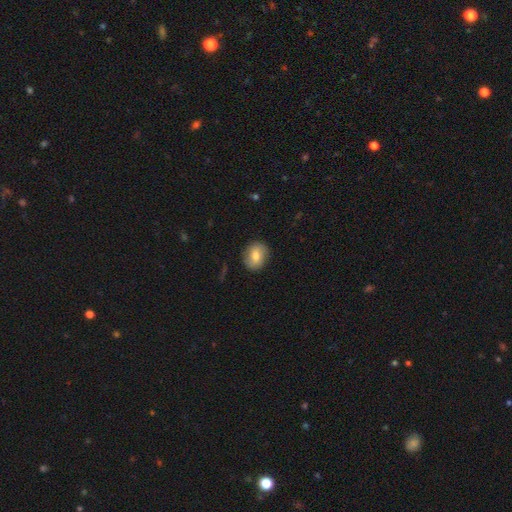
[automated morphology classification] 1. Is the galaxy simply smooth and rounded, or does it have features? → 69% smooth, 23% featured or disk, 8% star or artifact.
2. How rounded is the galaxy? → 61% round, 38% in between, 1% cigar-shaped.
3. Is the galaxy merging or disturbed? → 86% none, 10% minor disturbance, 3% major disturbance, 1% merger.